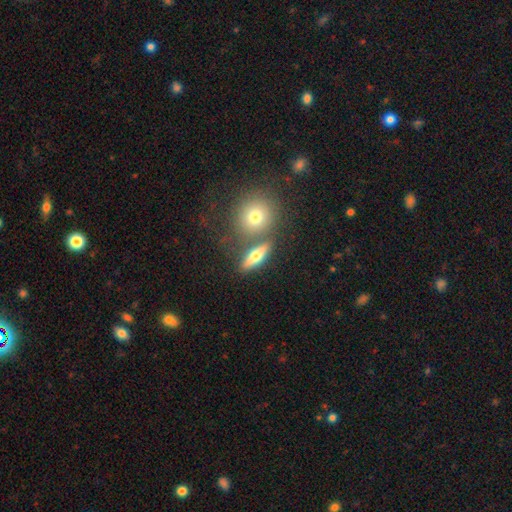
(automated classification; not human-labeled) A smooth galaxy with no disk features (62%) that is in between round and cigar-shaped (48%). Merging: none (67%).